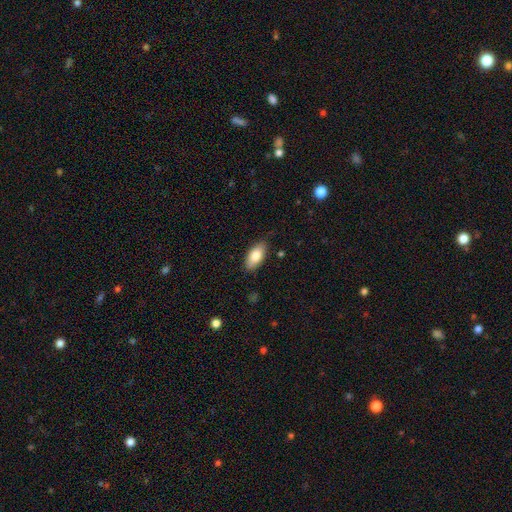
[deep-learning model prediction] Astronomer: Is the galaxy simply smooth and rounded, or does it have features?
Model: smooth — 80%.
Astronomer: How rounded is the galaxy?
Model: in between — 91%.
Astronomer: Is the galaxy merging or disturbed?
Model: none — 84%.